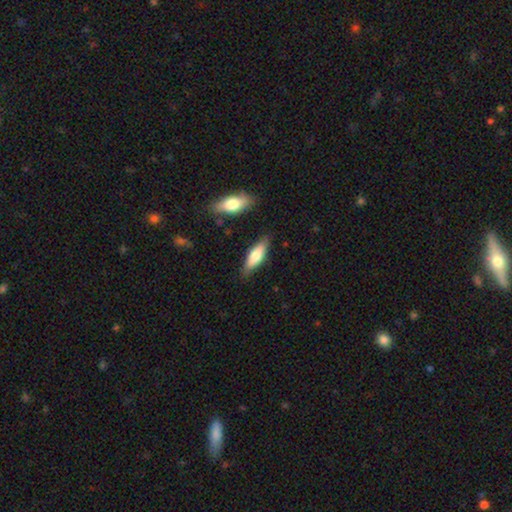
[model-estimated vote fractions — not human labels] The model was most divided on "how rounded": in between: 54%, cigar-shaped: 44%, round: 2%. More confident: merging — none (81%); smooth or featured — smooth (68%).